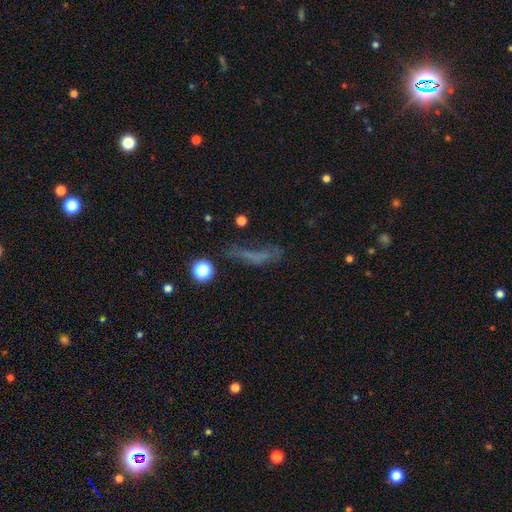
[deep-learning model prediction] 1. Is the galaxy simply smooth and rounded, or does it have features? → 46% smooth, 29% featured or disk, 25% star or artifact.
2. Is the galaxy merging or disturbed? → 39% none, 32% major disturbance, 22% minor disturbance, 8% merger.